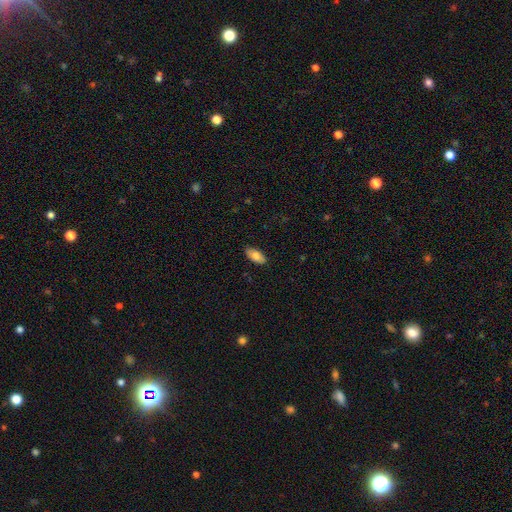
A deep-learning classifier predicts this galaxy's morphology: A smooth galaxy with no disk features (82%) that is in between round and cigar-shaped (91%).

Vote fractions:
- Smooth or featured? smooth: 82% / featured or disk: 11% / star or artifact: 6%
- How rounded? in between: 91% / cigar-shaped: 7% / round: 2%
- Merging? none: 87% / minor disturbance: 10% / major disturbance: 2% / merger: 1%